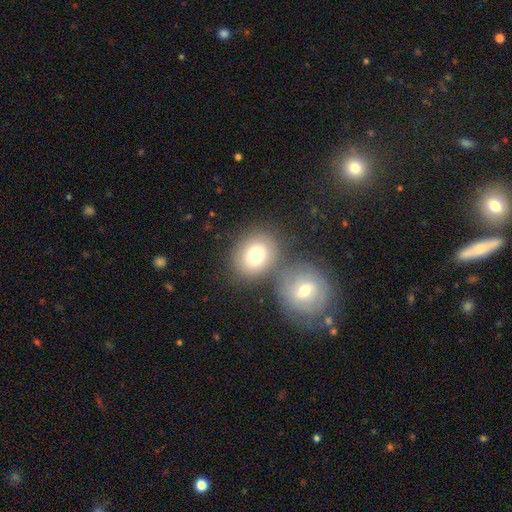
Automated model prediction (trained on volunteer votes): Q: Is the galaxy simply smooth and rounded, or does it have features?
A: smooth — 77%.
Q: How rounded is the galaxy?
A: round — 61%.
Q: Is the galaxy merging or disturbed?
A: none — 56%.